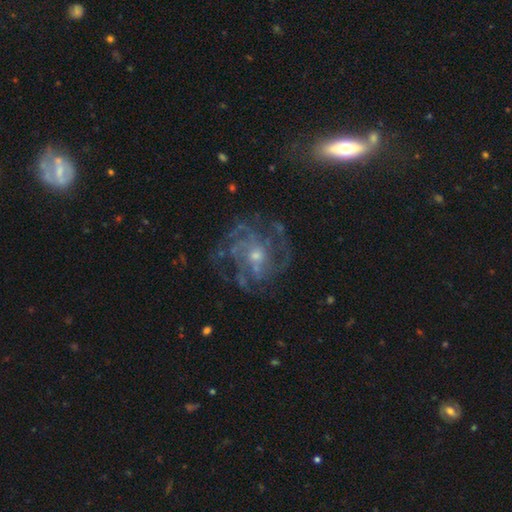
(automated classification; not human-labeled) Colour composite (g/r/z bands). It shows a featured or disk galaxy (85%) with no bar (71%), 4 (28%) medium (43%) spiral arms (92%) and a small central bulge (58%). Merging: none (67%).